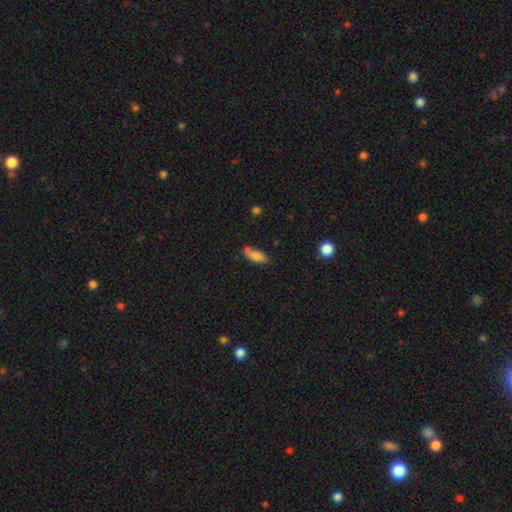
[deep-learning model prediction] Smooth or featured?
  - smooth: 79% *
  - featured or disk: 13%
  - star or artifact: 8%
How rounded?
  - in between: 79% *
  - cigar-shaped: 18%
  - round: 3%
Merging?
  - none: 57% *
  - minor disturbance: 26%
  - merger: 10%
  - major disturbance: 6%